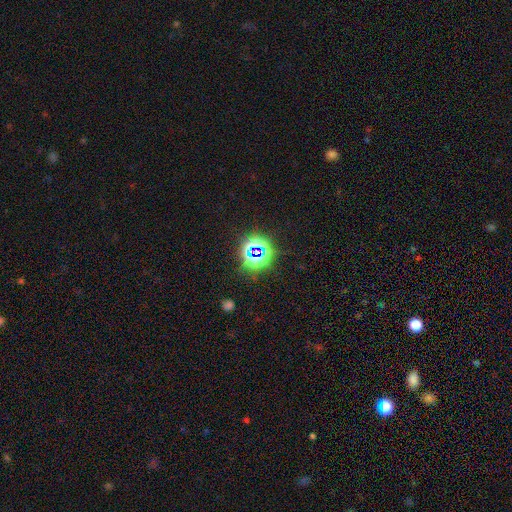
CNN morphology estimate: This appears to be a star or artifact, not a galaxy (74%).